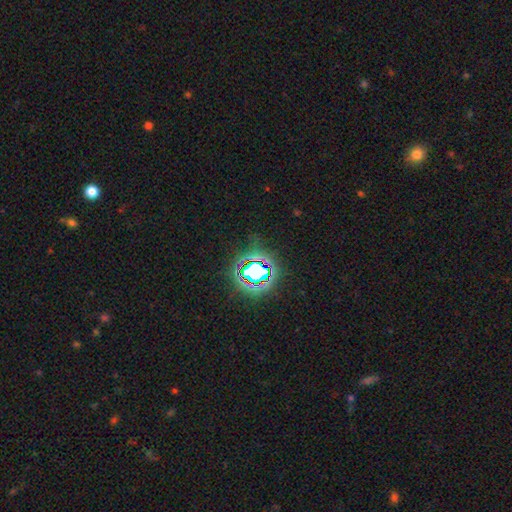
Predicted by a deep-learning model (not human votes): Smooth or featured?
  - star or artifact: 81% *
  - smooth: 12%
  - featured or disk: 7%